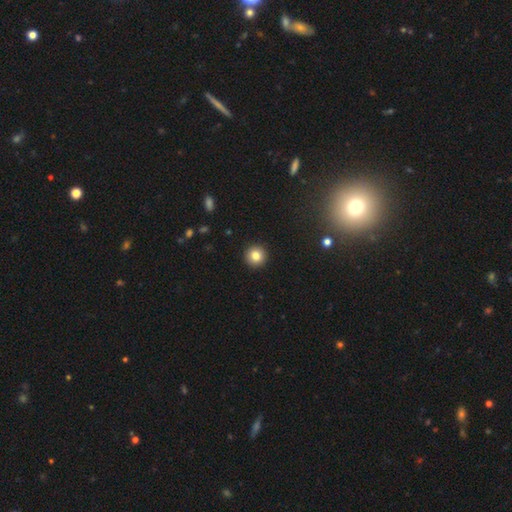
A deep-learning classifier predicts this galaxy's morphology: smooth-or-featured: smooth: 82% | star or artifact: 10% | featured or disk: 7%
  how-rounded: round: 95% | in between: 4% | cigar-shaped: 1%
  merging: none: 93% | minor disturbance: 4% | major disturbance: 2% | merger: 1%